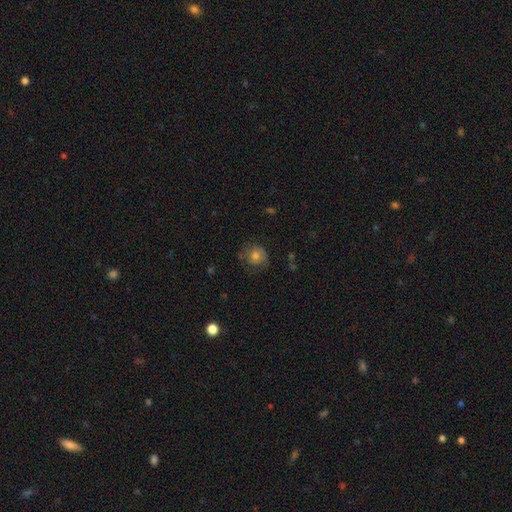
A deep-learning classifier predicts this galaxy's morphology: This is likely a smooth galaxy (67%). How rounded: clearly round (81%). Merging: likely none (64%).